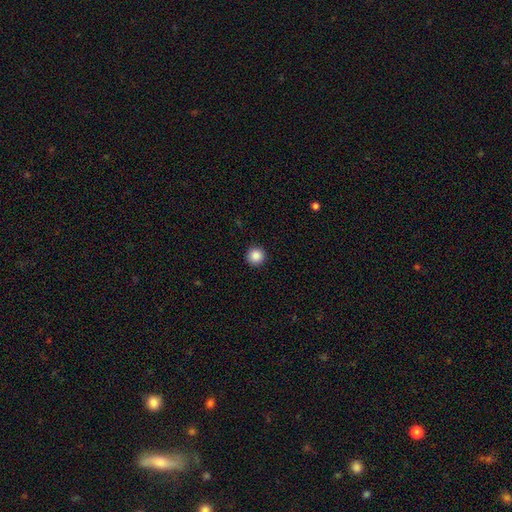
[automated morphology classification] Smooth or featured? smooth (87%)
How rounded? round (96%)
Merging? none (93%)